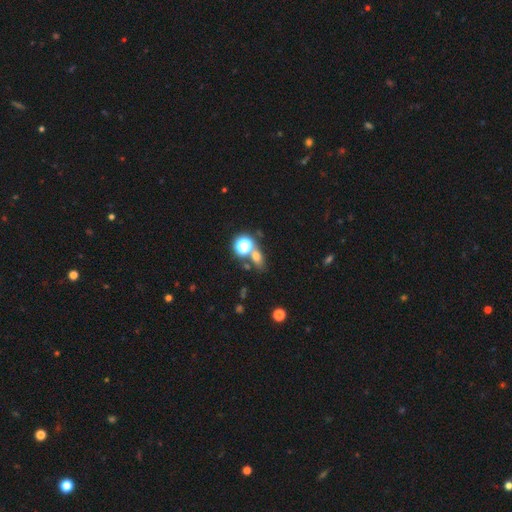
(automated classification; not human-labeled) Overall: smooth (61%; star or artifact 29%). How rounded: in between (53%; round 44%). Merging: none (60%; merger 24%).